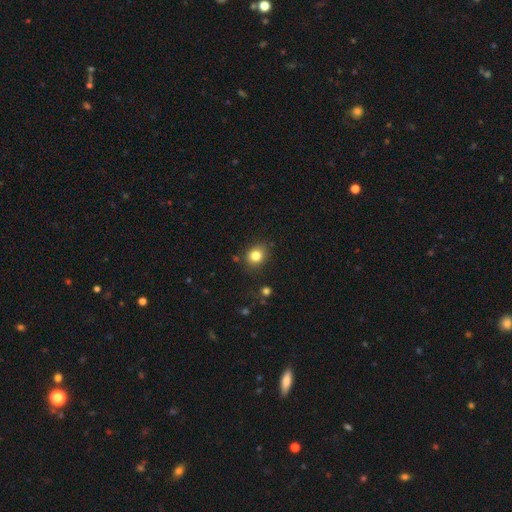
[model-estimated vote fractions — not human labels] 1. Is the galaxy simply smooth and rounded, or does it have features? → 82% smooth, 12% star or artifact, 7% featured or disk.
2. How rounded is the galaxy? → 68% round, 31% in between, 1% cigar-shaped.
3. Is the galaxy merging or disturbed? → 83% none, 12% minor disturbance, 3% major disturbance, 2% merger.